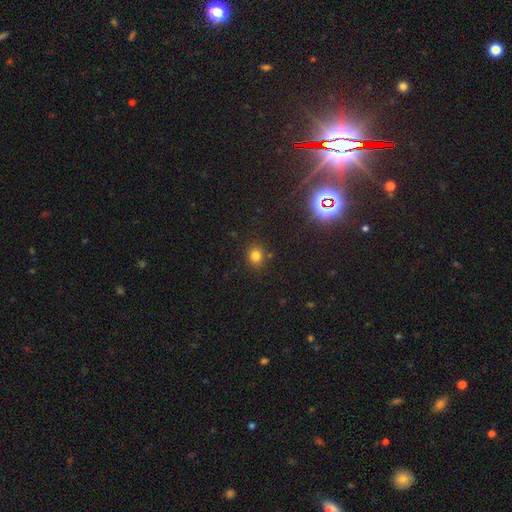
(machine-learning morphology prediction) Smooth or featured? smooth (78%)
How rounded? round (73%)
Merging? none (84%)